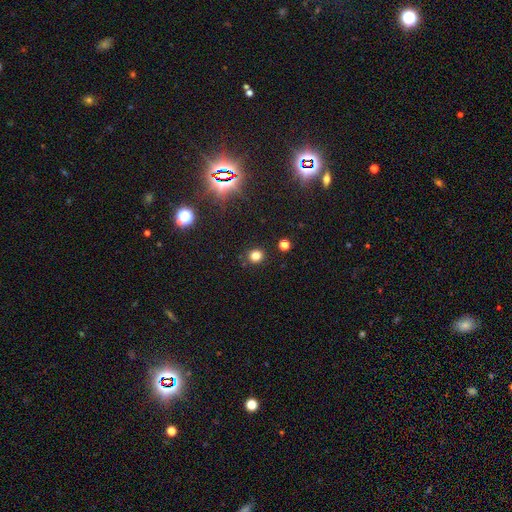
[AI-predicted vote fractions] Q: Smooth or featured?
A: smooth (78%); runner-up: star or artifact (17%)
Q: How rounded?
A: round (86%); runner-up: in between (13%)
Q: Merging?
A: none (89%); runner-up: minor disturbance (7%)